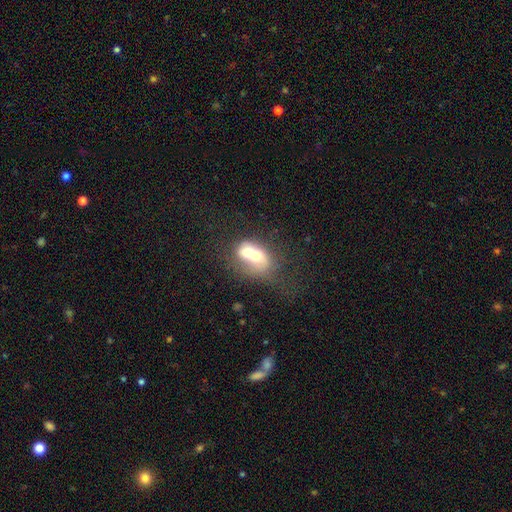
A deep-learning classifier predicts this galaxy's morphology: Overall: smooth (54%; featured or disk 37%). How rounded: in between (58%; round 40%). Merging: merger (71%).